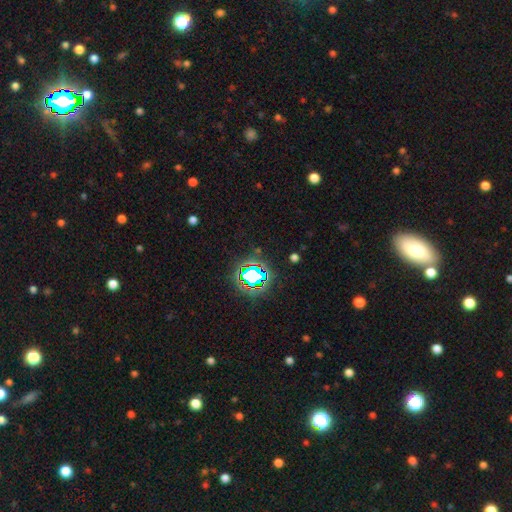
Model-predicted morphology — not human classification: The model was most divided on "smooth or featured": star or artifact: 76%, smooth: 16%, featured or disk: 9%.